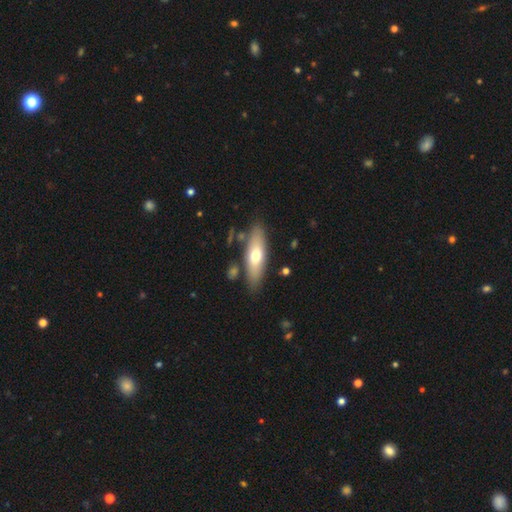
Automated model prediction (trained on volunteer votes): A smooth galaxy with no disk features (62%) that is in between round and cigar-shaped (52%). Merging: none (81%).